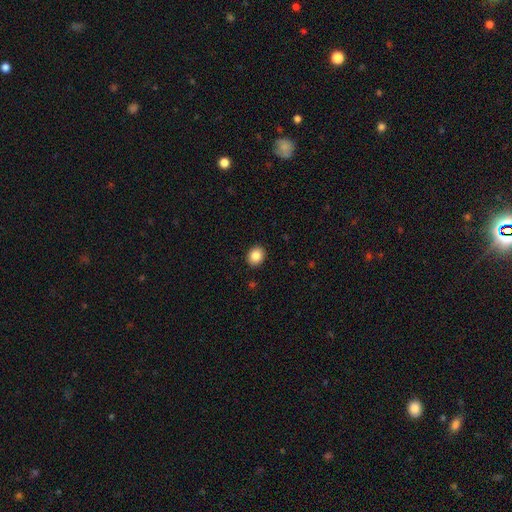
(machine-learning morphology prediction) type=smooth (85%); roundness=round (65%); merging=none (92%).